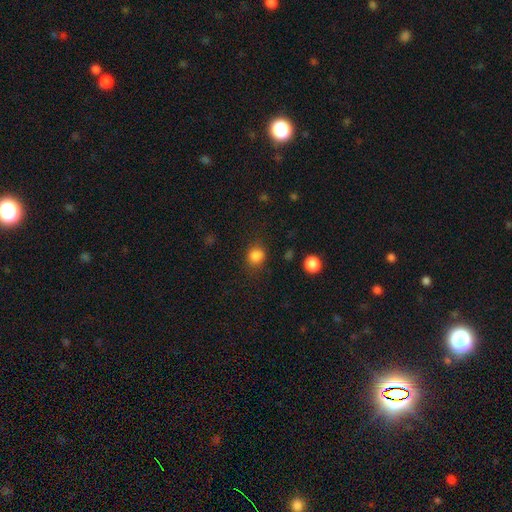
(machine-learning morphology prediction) Overall: smooth (84%). How rounded: round (73%). Merging: none (77%).